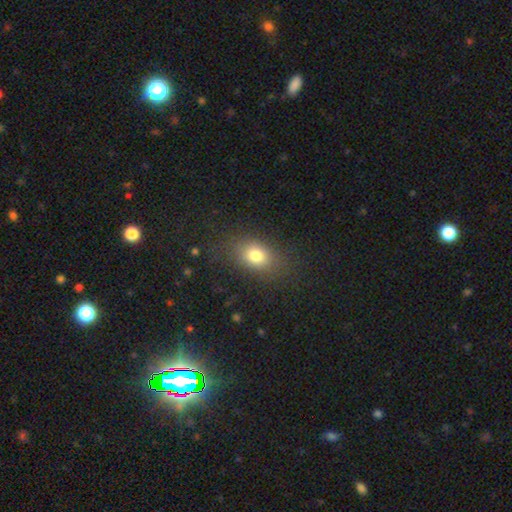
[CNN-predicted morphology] A smooth galaxy with no disk features (78%) that is in between round and cigar-shaped (66%). Merging: none (80%).